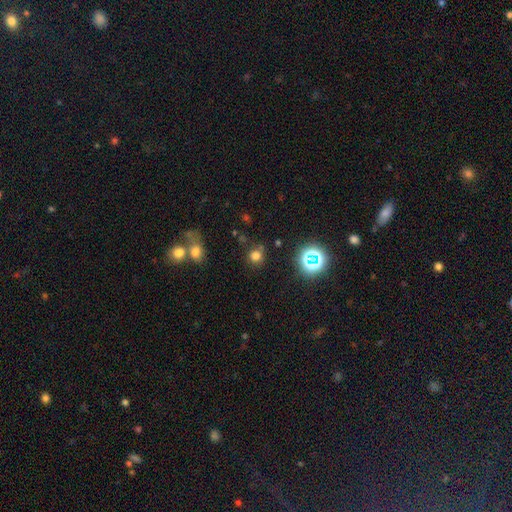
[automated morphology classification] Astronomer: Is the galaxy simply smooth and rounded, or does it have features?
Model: smooth — 71%.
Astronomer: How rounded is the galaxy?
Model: round — 88%.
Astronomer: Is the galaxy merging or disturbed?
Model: none — 76%.